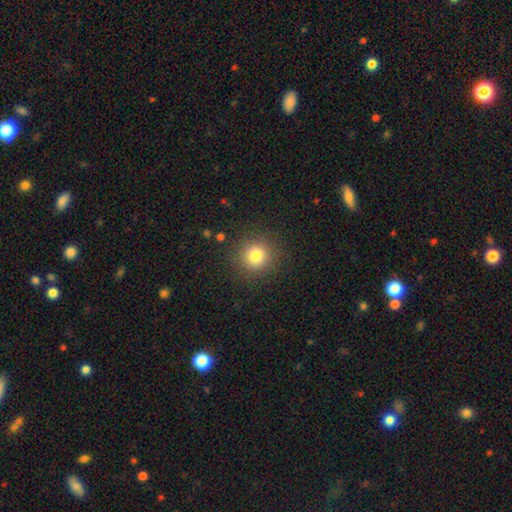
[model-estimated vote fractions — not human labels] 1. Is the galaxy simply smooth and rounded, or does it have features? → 80% smooth, 13% star or artifact, 7% featured or disk.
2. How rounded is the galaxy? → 93% round, 6% in between, 1% cigar-shaped.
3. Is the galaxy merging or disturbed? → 89% none, 7% minor disturbance, 3% major disturbance, 1% merger.